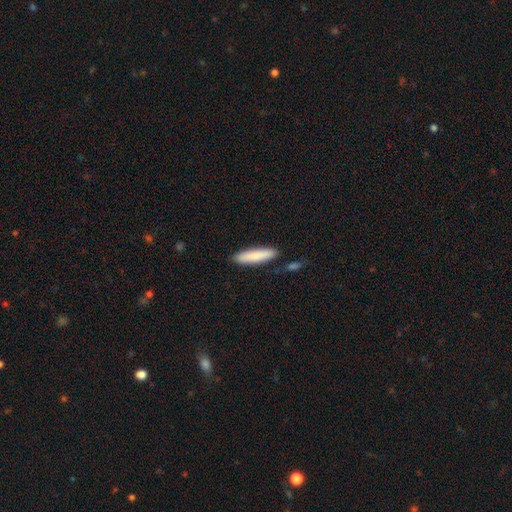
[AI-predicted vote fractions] Smooth or featured?
  - smooth: 85% *
  - featured or disk: 9%
  - star or artifact: 5%
How rounded?
  - cigar-shaped: 78% *
  - in between: 20%
  - round: 1%
Merging?
  - none: 85% *
  - minor disturbance: 10%
  - merger: 3%
  - major disturbance: 2%